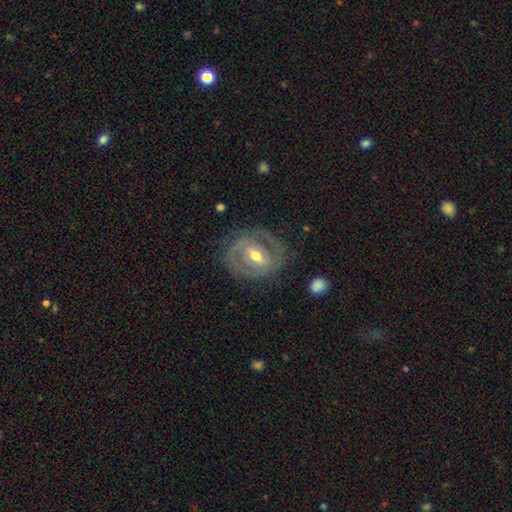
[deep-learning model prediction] Smooth or featured? Predicted: featured or disk (p=0.80). Edge-on disk? Predicted: no (p=0.96). Bar? Predicted: weak (p=0.45). Spiral arms? Predicted: yes (p=0.77). Spiral winding? Predicted: tight (p=0.54). Spiral arm count? Predicted: 2 (p=0.65). Bulge size? Predicted: moderate (p=0.73). Merging? Predicted: none (p=0.72).